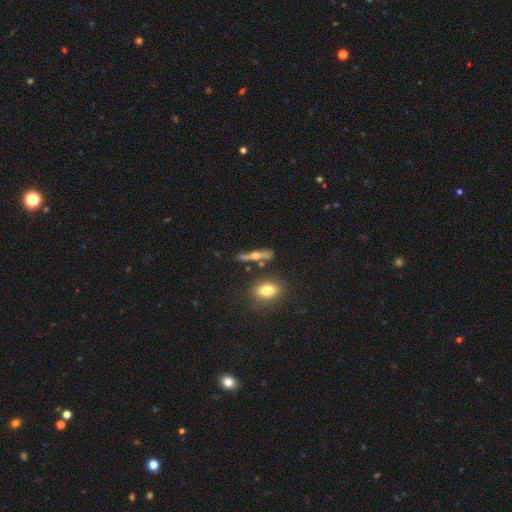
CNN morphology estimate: A featured or disk galaxy (58%) viewed edge-on (89%) with a rounded central bulge (91%). Merging: none (71%).